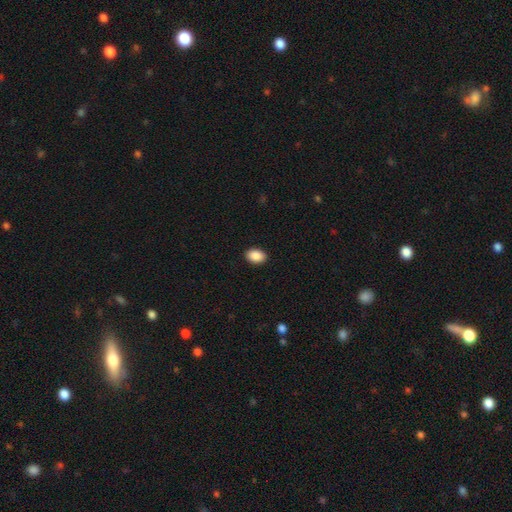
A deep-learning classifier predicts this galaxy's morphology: Smooth or featured?
  - smooth: 90% *
  - star or artifact: 7%
  - featured or disk: 3%
How rounded?
  - in between: 83% *
  - round: 16%
  - cigar-shaped: 1%
Merging?
  - none: 91% *
  - minor disturbance: 7%
  - major disturbance: 2%
  - merger: 1%